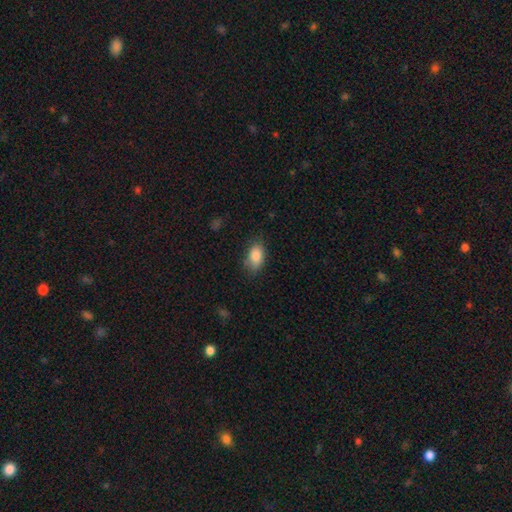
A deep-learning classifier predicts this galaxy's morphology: type=smooth (86%); roundness=in between (91%); merging=none (72%).